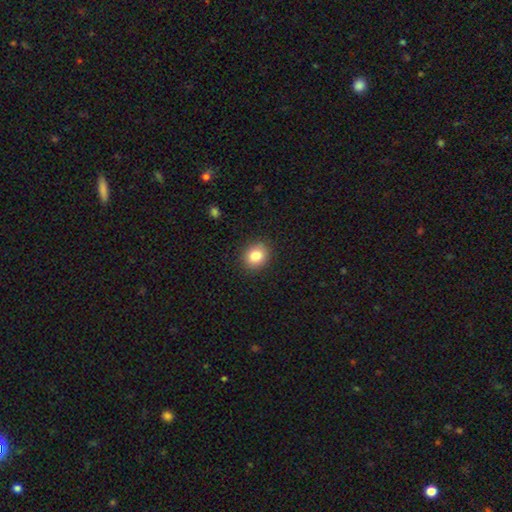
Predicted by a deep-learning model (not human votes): This is clearly a smooth galaxy (83%). How rounded: likely round (68%). Merging: clearly none (89%).